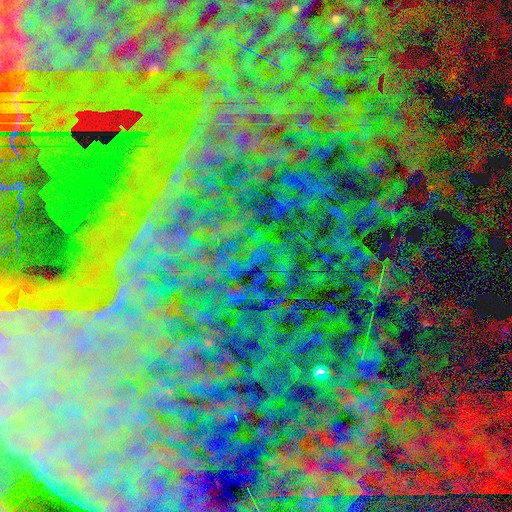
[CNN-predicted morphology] smooth-or-featured: star or artifact: 86% | featured or disk: 7% | smooth: 6%